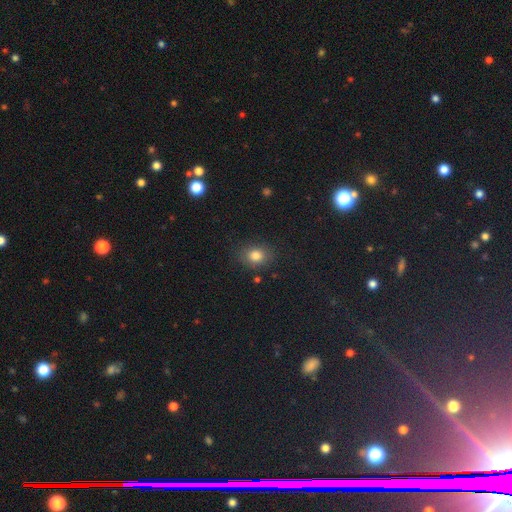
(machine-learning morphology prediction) Q: Smooth or featured?
A: smooth (80%); runner-up: star or artifact (12%)
Q: How rounded?
A: round (55%); runner-up: in between (44%)
Q: Merging?
A: none (82%); runner-up: minor disturbance (13%)